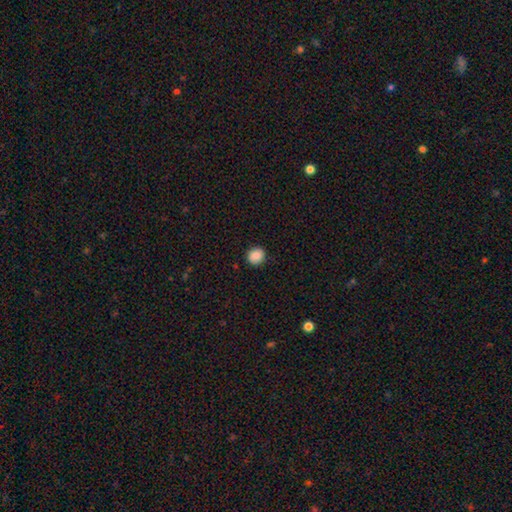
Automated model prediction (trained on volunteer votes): Smooth or featured: smooth — 88% (star or artifact — 9%)
How rounded: round — 81% (in between — 18%)
Merging: none — 89% (minor disturbance — 8%)